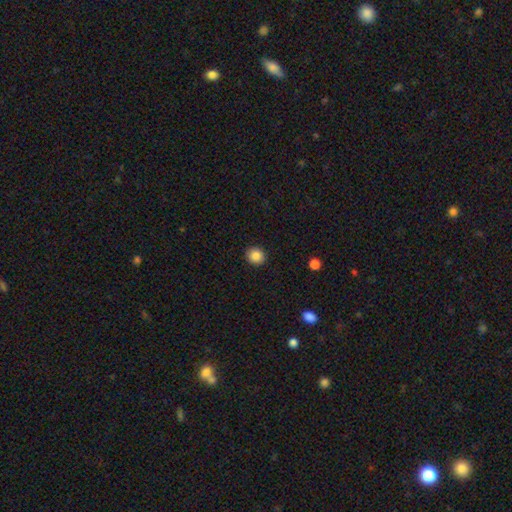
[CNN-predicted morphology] smooth 87%, star or artifact 9%, featured or disk 4%. Down the decision tree: how rounded — round (85%); merging — none (92%).